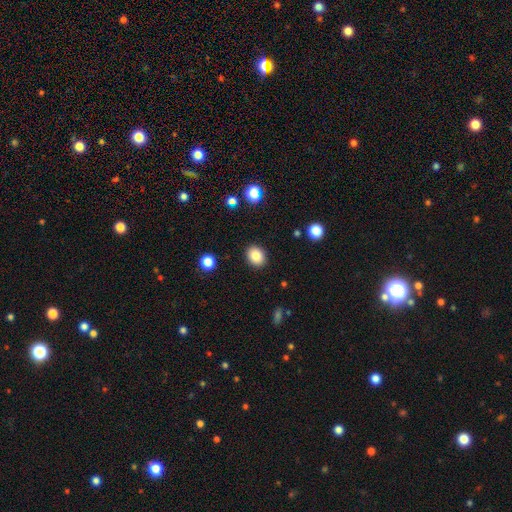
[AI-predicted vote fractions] Smooth or featured? Predicted: smooth (p=0.84). How rounded? Predicted: round (p=0.51). Merging? Predicted: none (p=0.90).